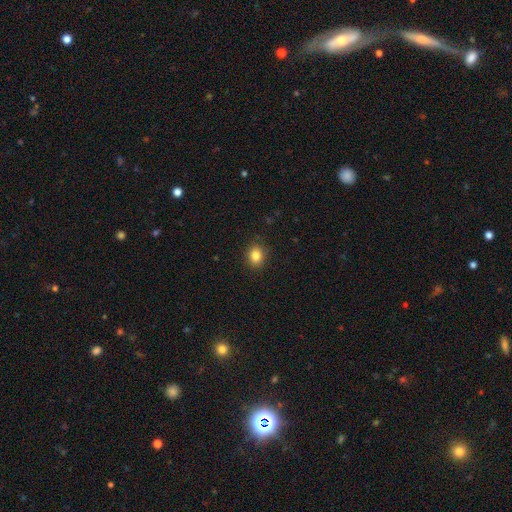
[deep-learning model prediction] This appears to be a smooth galaxy with no disk features (84%) that is round (54%). Merging: none (90%).